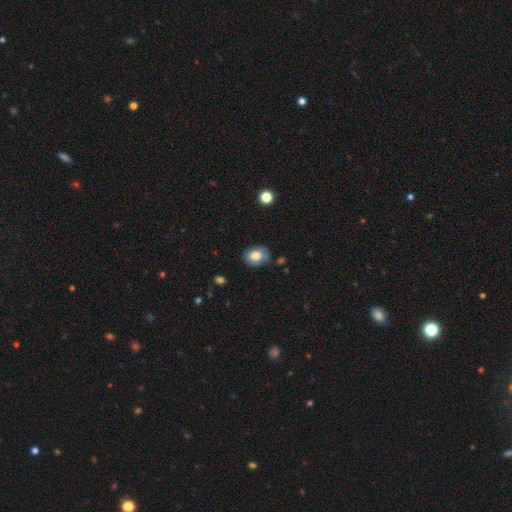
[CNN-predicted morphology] smooth_or_featured: smooth (p=0.79) [alt: featured or disk p=0.13]
how_rounded: in between (p=0.57) [alt: round p=0.42]
merging: none (p=0.70) [alt: minor disturbance p=0.22]